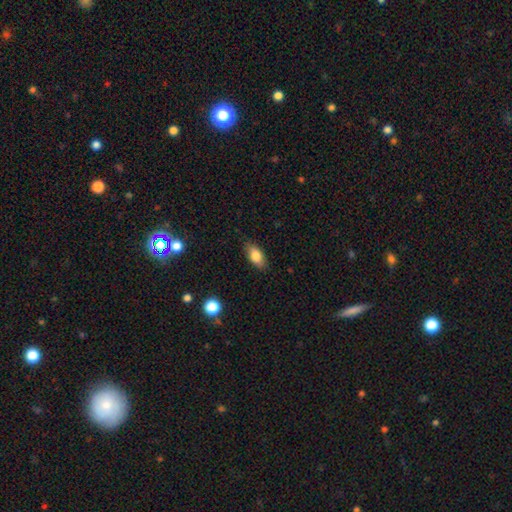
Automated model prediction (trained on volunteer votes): Smooth or featured? Predicted: smooth (p=0.81). How rounded? Predicted: in between (p=0.88). Merging? Predicted: none (p=0.85).